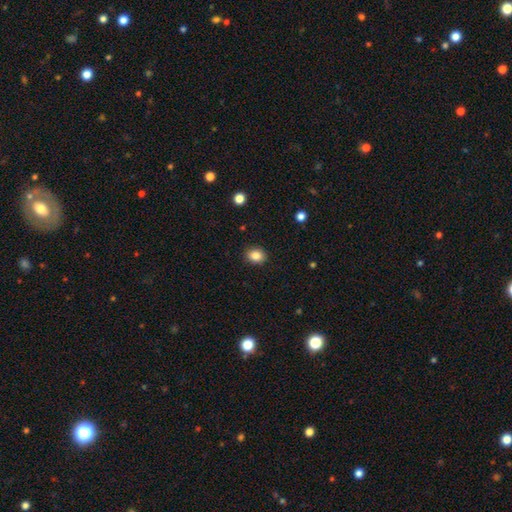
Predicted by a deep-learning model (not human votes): smooth_or_featured: smooth (p=0.85) [alt: star or artifact p=0.10]
how_rounded: round (p=0.53) [alt: in between p=0.46]
merging: none (p=0.90) [alt: minor disturbance p=0.07]